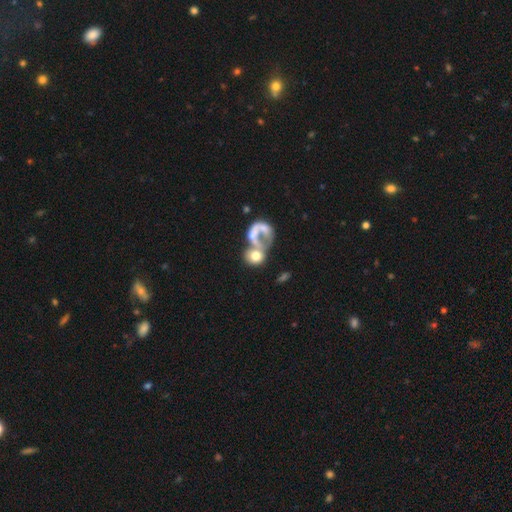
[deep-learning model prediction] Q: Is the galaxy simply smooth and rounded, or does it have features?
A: smooth — 47%.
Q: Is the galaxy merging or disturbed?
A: merger — 52%.